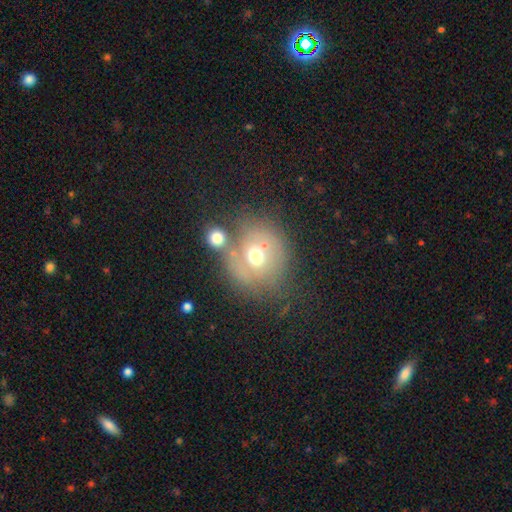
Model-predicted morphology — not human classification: smooth_or_featured: smooth (p=0.57) [alt: featured or disk p=0.28]
how_rounded: round (p=0.74) [alt: in between p=0.25]
merging: none (p=0.45) [alt: merger p=0.29]